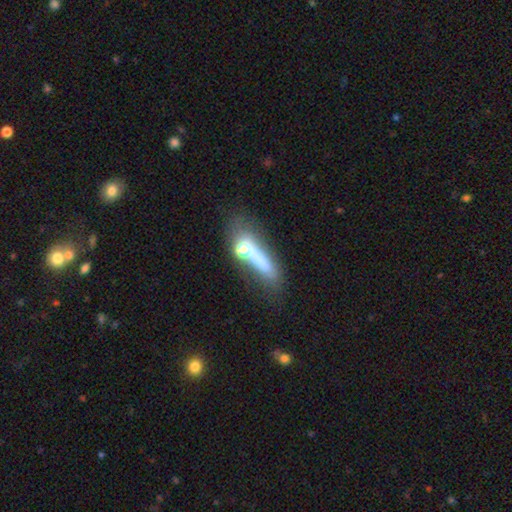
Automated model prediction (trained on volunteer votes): Morphology: type=smooth (56%); roundness=cigar-shaped (50%); merging=none (34%).